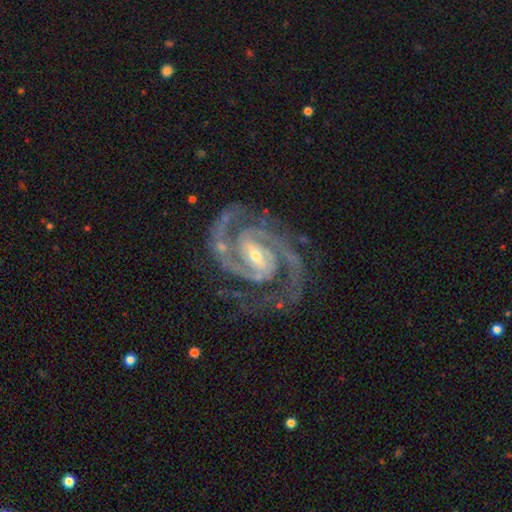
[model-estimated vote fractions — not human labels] Smooth or featured? featured or disk (94%)
Edge-on disk? no (98%)
Bar? strong (42%)
Spiral arms? yes (99%)
Spiral winding? tight (52%)
Spiral arm count? 2 (82%)
Bulge size? small (64%)
Merging? none (77%)